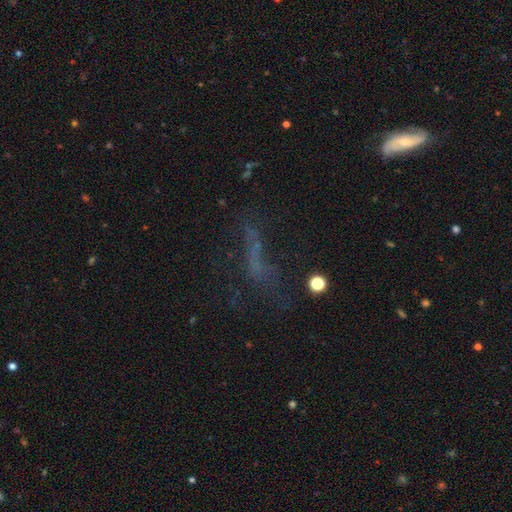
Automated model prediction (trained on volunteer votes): Morphology: type=featured or disk (36%); merging=none (46%).